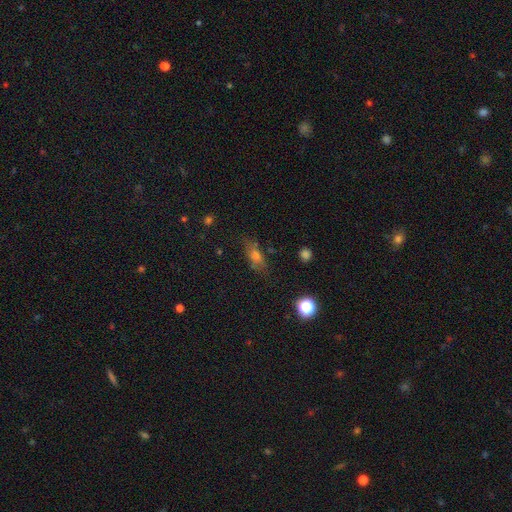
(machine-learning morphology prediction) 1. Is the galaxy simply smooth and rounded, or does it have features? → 59% smooth, 23% featured or disk, 18% star or artifact.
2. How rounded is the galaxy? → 64% in between, 25% cigar-shaped, 12% round.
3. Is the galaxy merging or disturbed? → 74% none, 17% minor disturbance, 6% major disturbance, 3% merger.